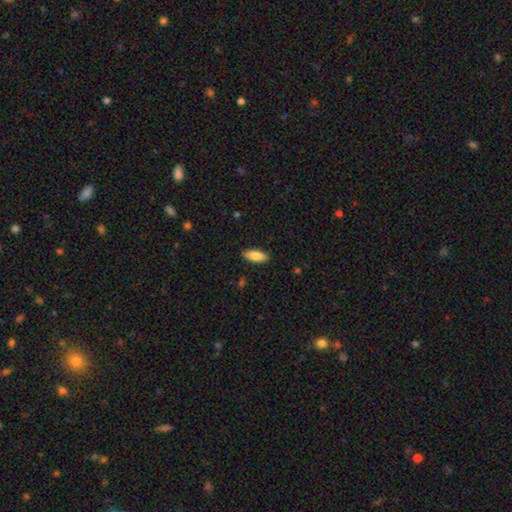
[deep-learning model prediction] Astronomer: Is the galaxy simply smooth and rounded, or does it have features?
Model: smooth — 84%.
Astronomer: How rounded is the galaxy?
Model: in between — 81%.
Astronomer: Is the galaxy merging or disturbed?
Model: none — 88%.